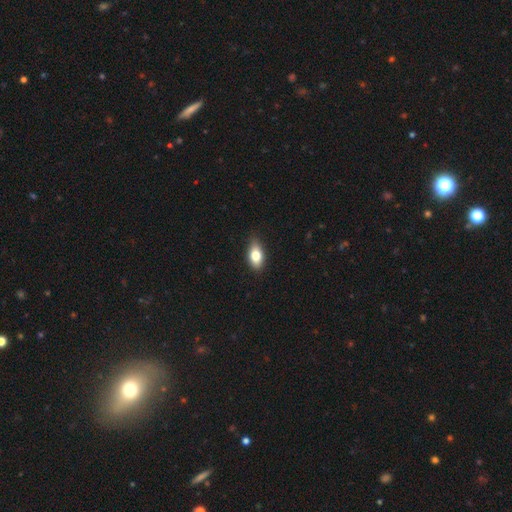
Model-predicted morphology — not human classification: smooth-or-featured: smooth: 77% | featured or disk: 15% | star or artifact: 8%
  how-rounded: in between: 86% | cigar-shaped: 7% | round: 7%
  merging: none: 82% | minor disturbance: 15% | major disturbance: 2% | merger: 1%